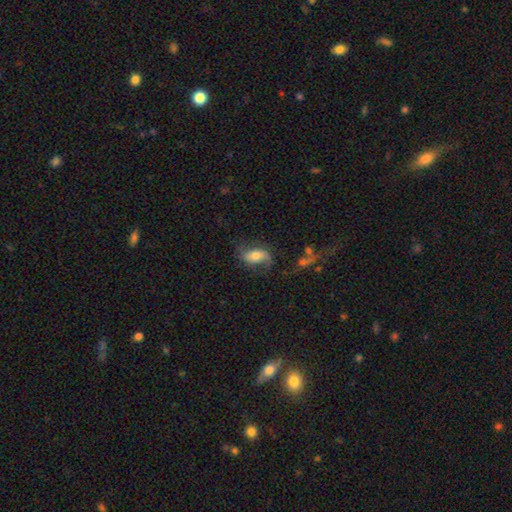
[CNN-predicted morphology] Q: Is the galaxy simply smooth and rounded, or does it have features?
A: featured or disk — 48%.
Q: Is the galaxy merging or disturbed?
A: none — 59%.